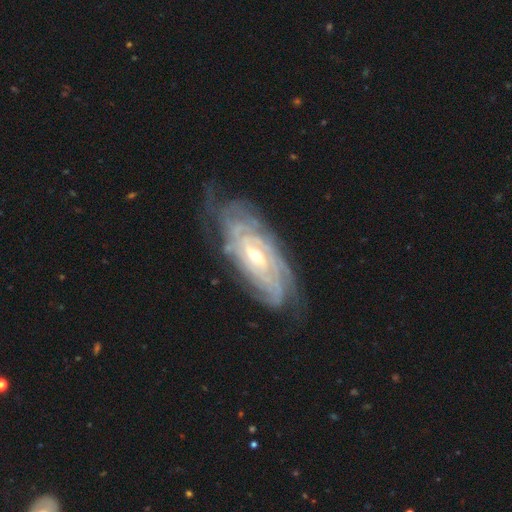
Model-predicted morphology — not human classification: A featured or disk galaxy (87%) with no bar (41%), tight (79%) spiral arms (96%) and a small central bulge (51%). Merging: none (70%).